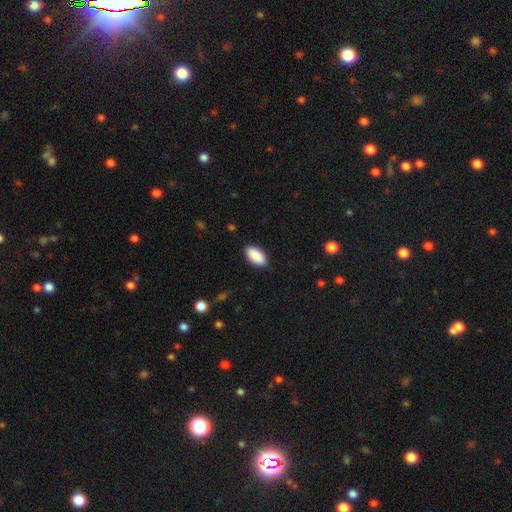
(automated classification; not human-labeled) Smooth or featured: smooth — 91% (star or artifact — 6%)
How rounded: in between — 94% (cigar-shaped — 4%)
Merging: none — 88% (minor disturbance — 9%)